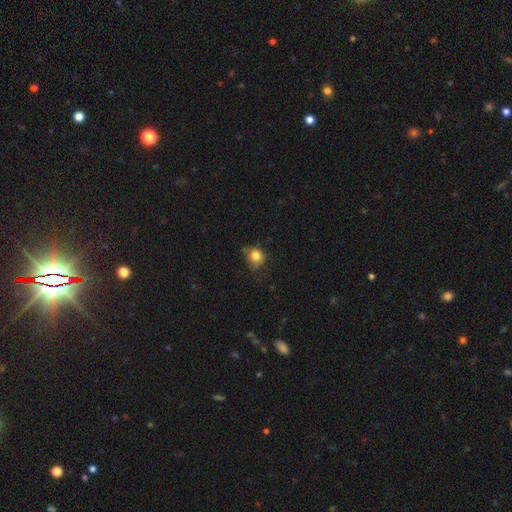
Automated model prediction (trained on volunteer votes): A smooth galaxy with no disk features (78%) that is round (76%). Merging: none (53%).